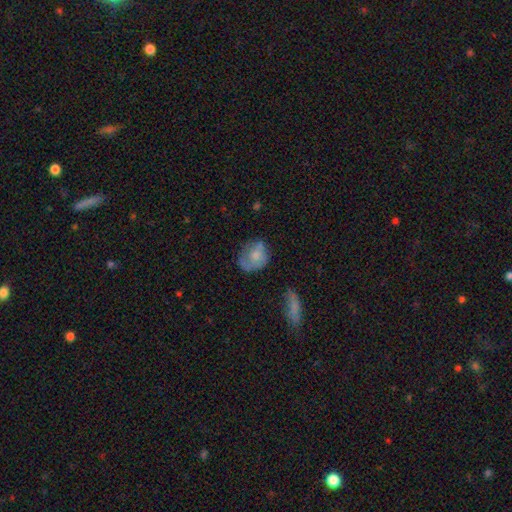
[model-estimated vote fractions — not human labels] Smooth or featured: smooth — 60% (featured or disk — 32%)
How rounded: round — 53% (in between — 46%)
Merging: none — 48% (minor disturbance — 31%)